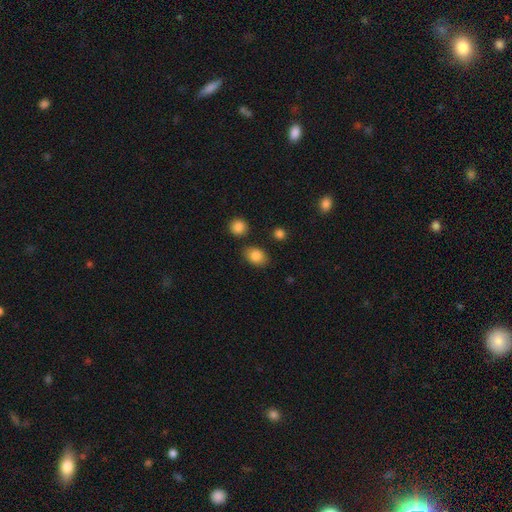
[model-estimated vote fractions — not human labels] Morphology: type=smooth (85%); roundness=in between (70%); merging=none (79%).